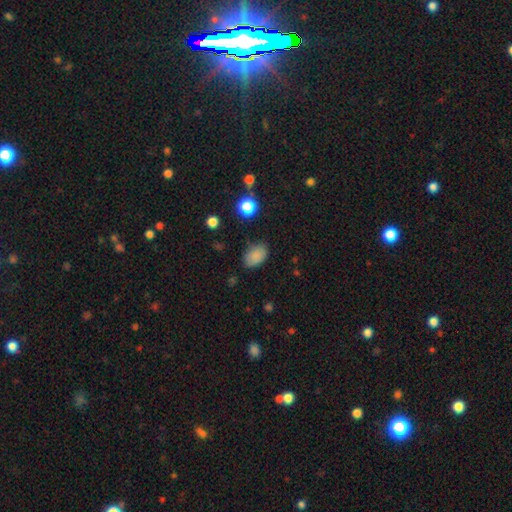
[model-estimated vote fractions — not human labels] This appears to be a smooth galaxy with no disk features (84%) that is in between round and cigar-shaped (85%). Merging: none (78%).